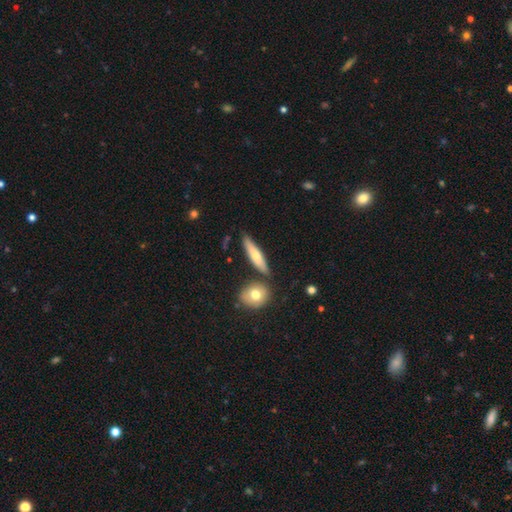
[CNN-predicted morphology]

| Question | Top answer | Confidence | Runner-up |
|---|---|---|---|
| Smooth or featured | smooth | 58% | featured or disk (36%) |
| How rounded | cigar-shaped | 75% | in between (22%) |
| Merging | none | 78% | minor disturbance (11%) |